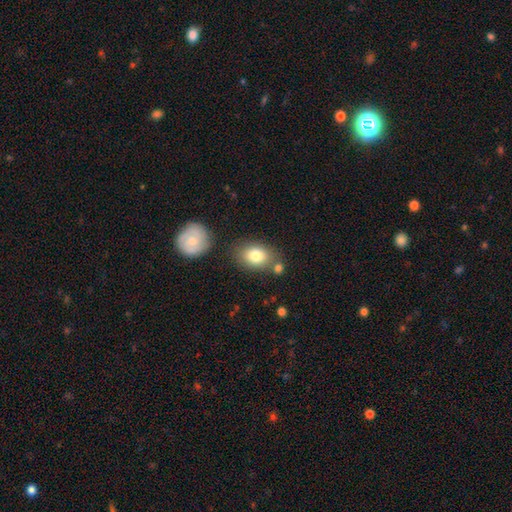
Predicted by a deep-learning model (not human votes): Smooth or featured?
  - smooth: 81% *
  - featured or disk: 11%
  - star or artifact: 8%
How rounded?
  - in between: 71% *
  - round: 27%
  - cigar-shaped: 1%
Merging?
  - none: 69% *
  - minor disturbance: 14%
  - merger: 13%
  - major disturbance: 4%